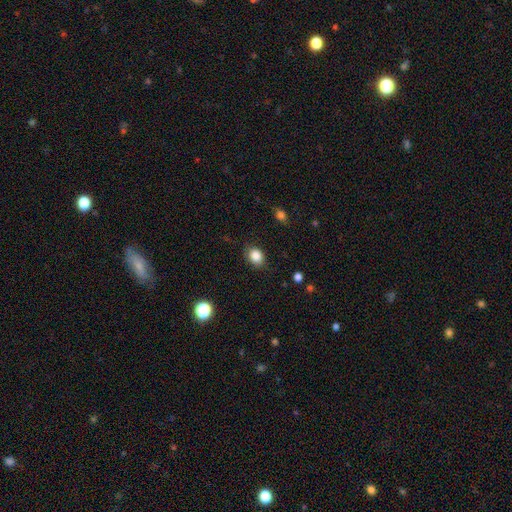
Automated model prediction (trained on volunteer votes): smooth_or_featured: smooth (p=0.86) [alt: star or artifact p=0.10]
how_rounded: in between (p=0.50) [alt: round p=0.49]
merging: none (p=0.81) [alt: minor disturbance p=0.14]